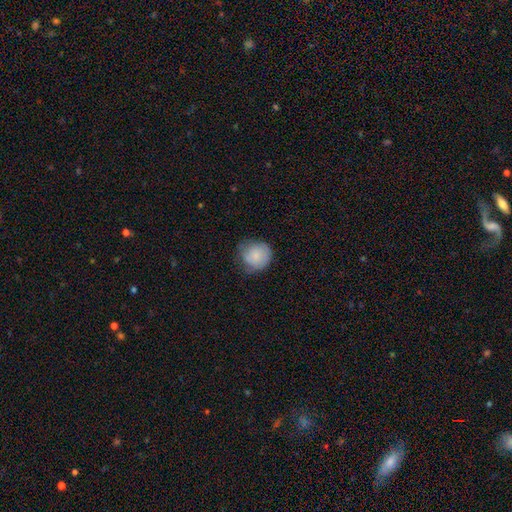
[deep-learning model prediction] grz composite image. It shows a smooth galaxy with no disk features (77%) that is round (84%). Merging: none (56%).